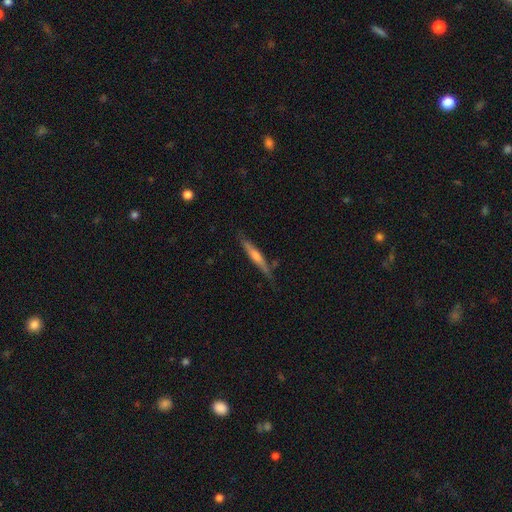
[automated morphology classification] Overall: featured or disk (63%; smooth 31%). Edge-on disk: yes (95%). Edge-on bulge: rounded (69%). Merging: none (80%).